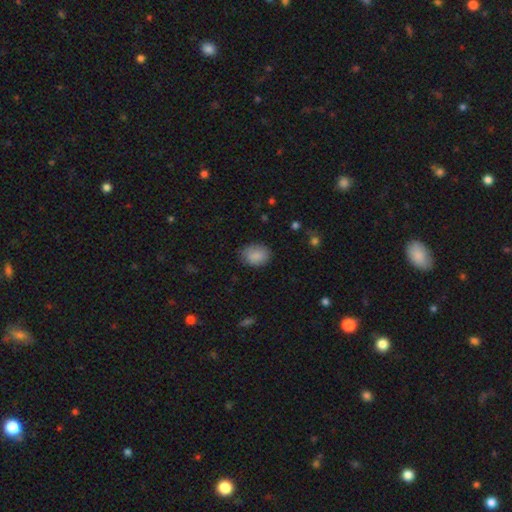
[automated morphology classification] A smooth galaxy with no disk features (88%) that is in between round and cigar-shaped (65%). Merging: none (80%).